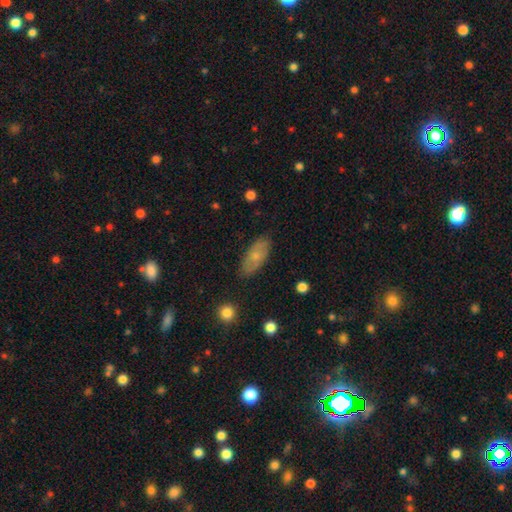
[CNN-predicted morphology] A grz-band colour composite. It shows a smooth galaxy with no disk features (65%) that is in between round and cigar-shaped (86%). Merging: none (83%).